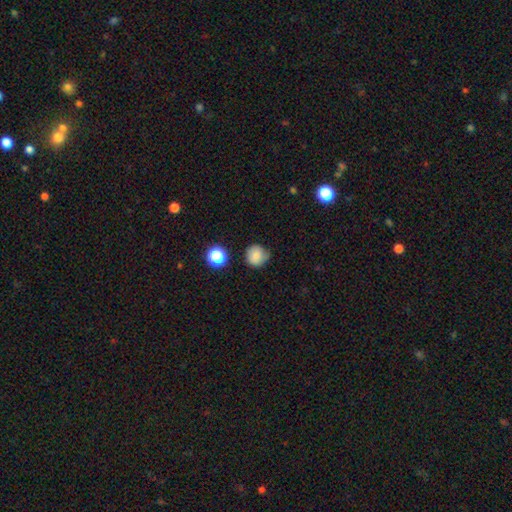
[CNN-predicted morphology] Smooth or featured?
  - smooth: 78% *
  - star or artifact: 11%
  - featured or disk: 11%
How rounded?
  - round: 91% *
  - in between: 8%
  - cigar-shaped: 1%
Merging?
  - none: 68% *
  - minor disturbance: 24%
  - major disturbance: 6%
  - merger: 2%